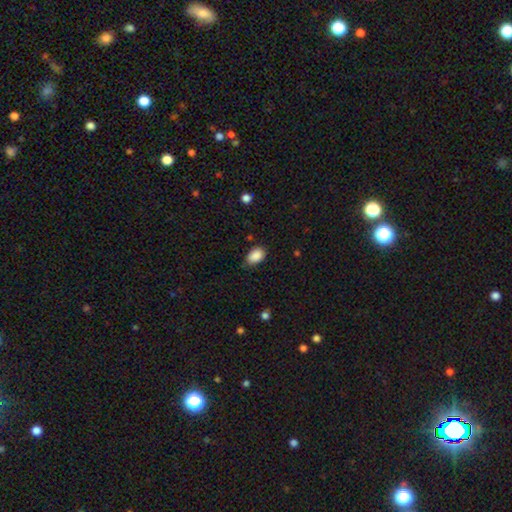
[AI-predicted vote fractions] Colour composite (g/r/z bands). It shows a smooth galaxy with no disk features (89%) that is in between round and cigar-shaped (87%). Merging: none (74%).